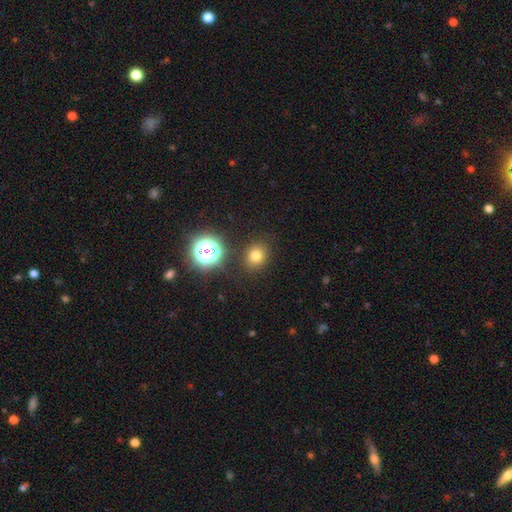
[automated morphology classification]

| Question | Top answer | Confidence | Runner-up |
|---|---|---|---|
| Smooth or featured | smooth | 73% | star or artifact (20%) |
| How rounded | round | 76% | in between (23%) |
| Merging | none | 86% | minor disturbance (8%) |